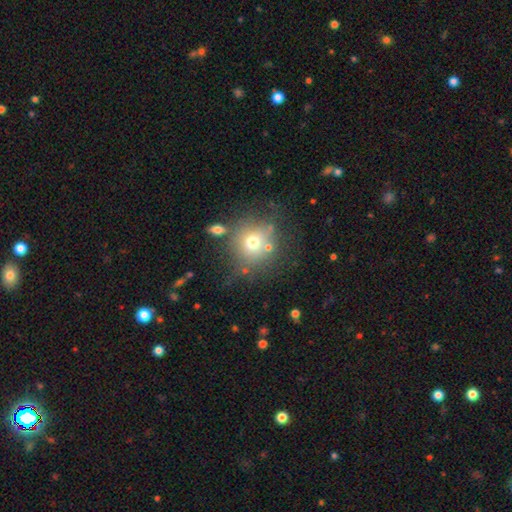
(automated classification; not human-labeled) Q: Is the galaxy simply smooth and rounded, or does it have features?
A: smooth — 52%.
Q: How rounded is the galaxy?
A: round — 89%.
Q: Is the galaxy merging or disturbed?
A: none — 71%.